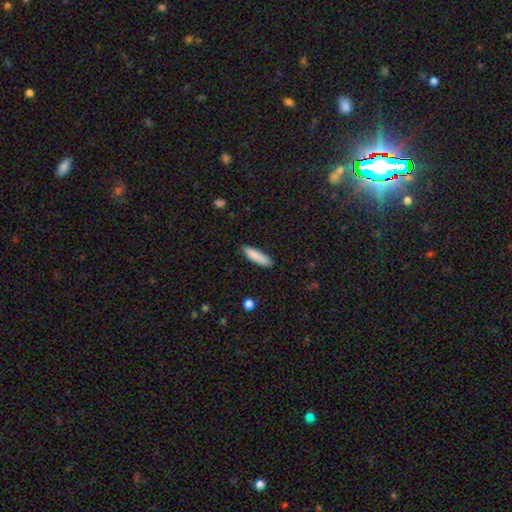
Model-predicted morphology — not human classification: smooth 86%, featured or disk 8%, star or artifact 6%. Down the decision tree: how rounded — cigar-shaped (70%); merging — none (83%).